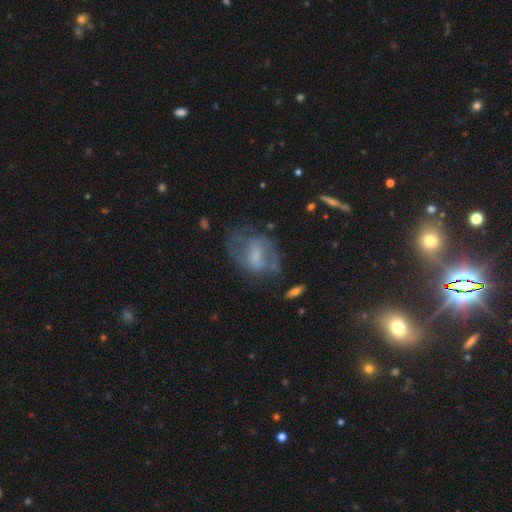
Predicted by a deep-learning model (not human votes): Morphology: type=featured or disk (61%); edge-on=no (96%); bar=weak (44%); spiral arms=yes (66%); bulge=small (31%, tied with none); merging=none (50%).